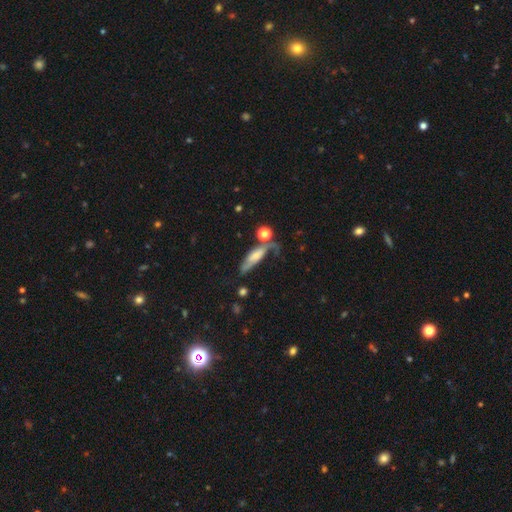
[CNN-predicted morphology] This is possibly a featured or disk galaxy (47%). Merging: marginally none (34%).